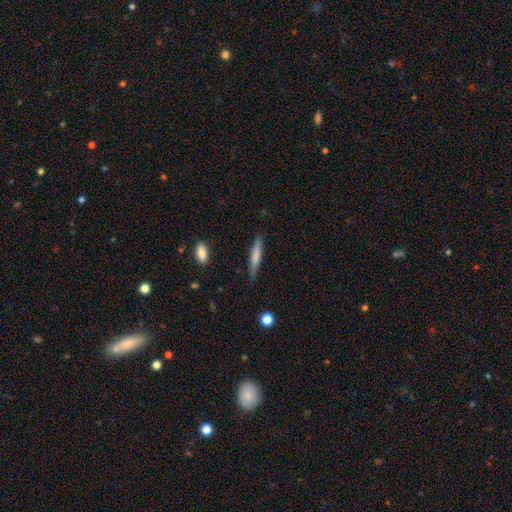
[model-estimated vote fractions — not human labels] Overall: smooth (69%). How rounded: cigar-shaped (91%). Merging: none (84%).